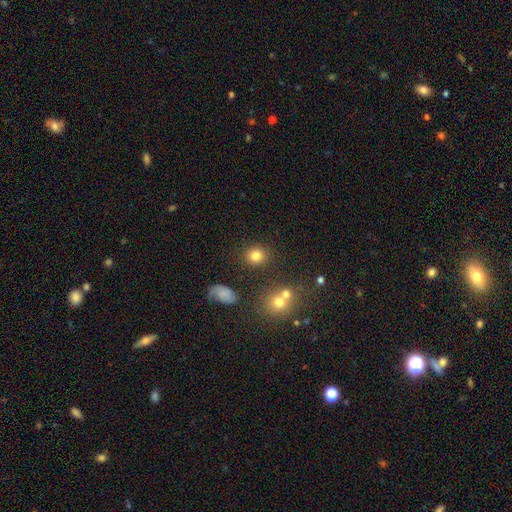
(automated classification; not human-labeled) Smooth or featured? Predicted: smooth (p=0.81). How rounded? Predicted: round (p=0.79). Merging? Predicted: none (p=0.83).